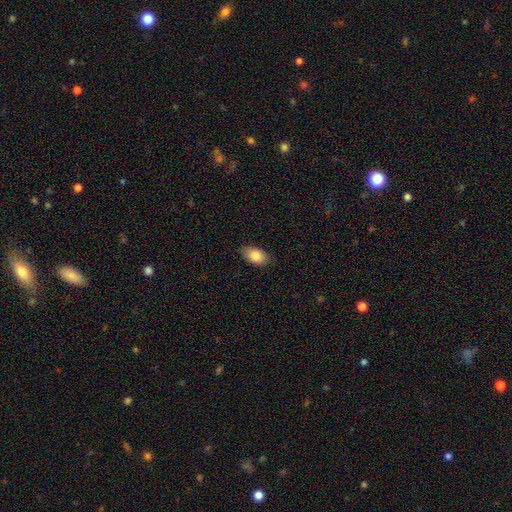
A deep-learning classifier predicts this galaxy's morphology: Smooth or featured? Predicted: smooth (p=0.85). How rounded? Predicted: in between (p=0.92). Merging? Predicted: none (p=0.84).